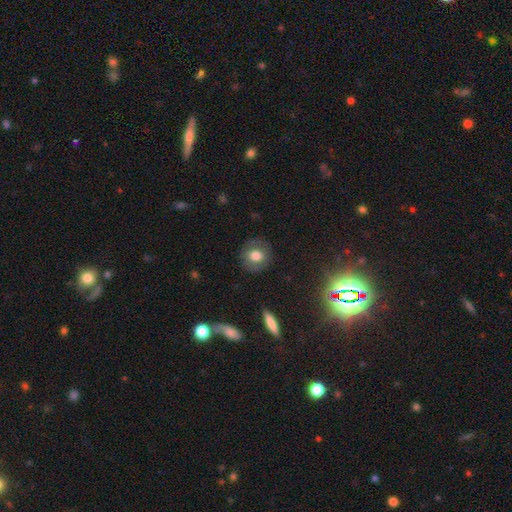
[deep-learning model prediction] smooth 70%, featured or disk 21%, star or artifact 10%. Down the decision tree: how rounded — round (79%); merging — none (84%).